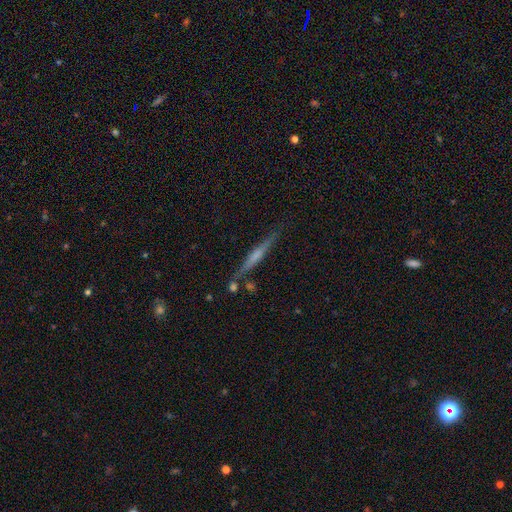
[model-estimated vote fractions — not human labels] This is likely a featured or disk galaxy (66%). It is clearly viewed edge-on (97%). Edge-on bulge: possibly rounded (47%). Merging: clearly none (82%).